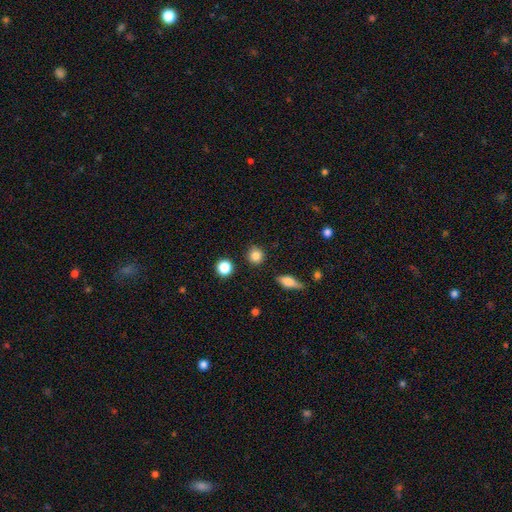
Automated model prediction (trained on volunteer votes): smooth-or-featured: smooth: 85% | star or artifact: 10% | featured or disk: 5%
  how-rounded: round: 89% | in between: 10% | cigar-shaped: 1%
  merging: none: 87% | minor disturbance: 8% | merger: 3% | major disturbance: 2%